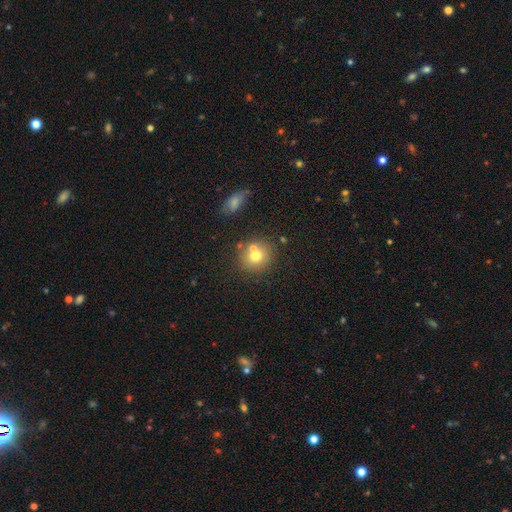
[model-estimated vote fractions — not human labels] smooth_or_featured: smooth (p=0.71) [alt: featured or disk p=0.16]
how_rounded: round (p=0.83) [alt: in between p=0.16]
merging: none (p=0.62) [alt: merger p=0.25]